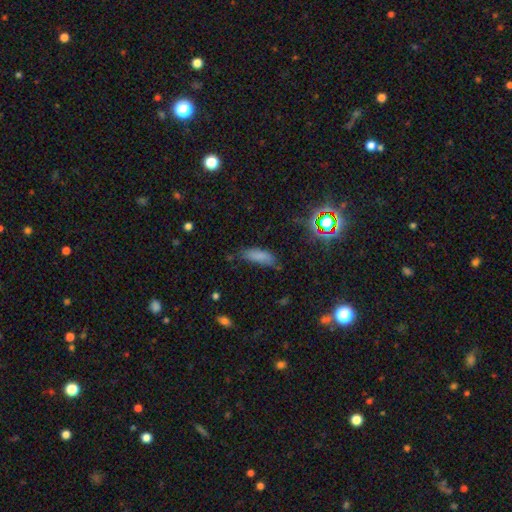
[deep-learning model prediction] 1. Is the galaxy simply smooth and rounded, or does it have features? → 68% smooth, 21% star or artifact, 11% featured or disk.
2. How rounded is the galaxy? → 50% in between, 47% cigar-shaped, 3% round.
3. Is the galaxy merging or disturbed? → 62% none, 26% minor disturbance, 9% major disturbance, 3% merger.